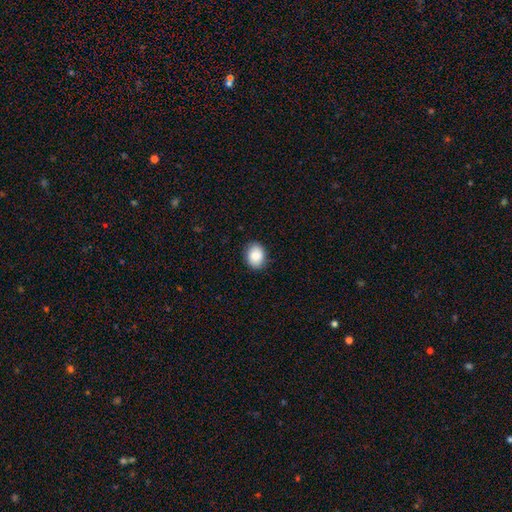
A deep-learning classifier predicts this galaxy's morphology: smooth-or-featured: smooth: 88% | star or artifact: 7% | featured or disk: 5%
  how-rounded: in between: 64% | round: 35% | cigar-shaped: 1%
  merging: none: 86% | minor disturbance: 11% | major disturbance: 2% | merger: 1%